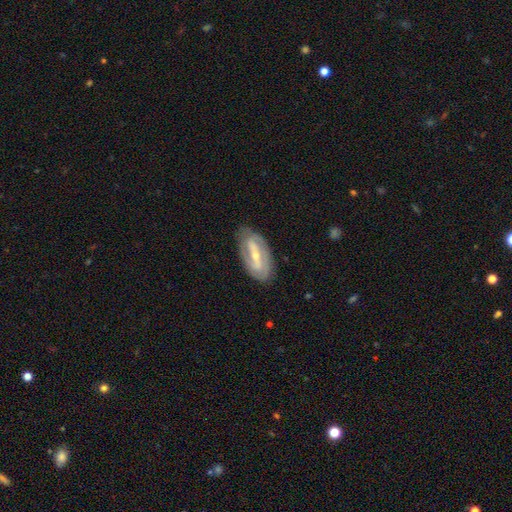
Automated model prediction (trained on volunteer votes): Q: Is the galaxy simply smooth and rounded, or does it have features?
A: featured or disk — 81%.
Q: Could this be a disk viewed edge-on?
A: no — 92%.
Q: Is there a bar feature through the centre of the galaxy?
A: strong — 62%.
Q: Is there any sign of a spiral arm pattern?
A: yes — 83%.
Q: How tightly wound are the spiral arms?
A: tight — 45%.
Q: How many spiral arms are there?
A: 2 — 79%.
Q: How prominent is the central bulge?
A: small — 53%.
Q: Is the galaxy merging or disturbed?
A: none — 82%.